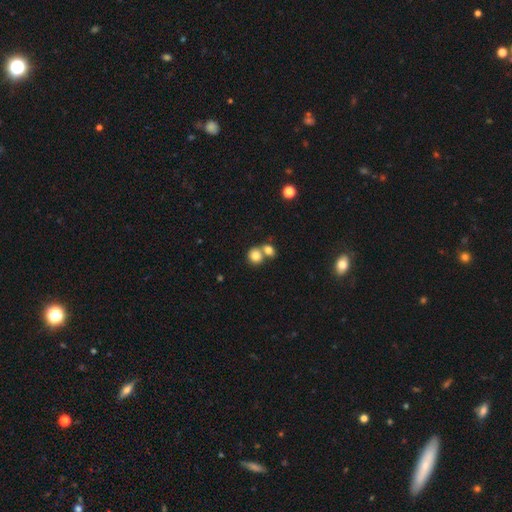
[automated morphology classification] Q: Smooth or featured?
A: smooth (80%); runner-up: featured or disk (10%)
Q: How rounded?
A: round (80%); runner-up: in between (19%)
Q: Merging?
A: merger (50%); runner-up: none (41%)